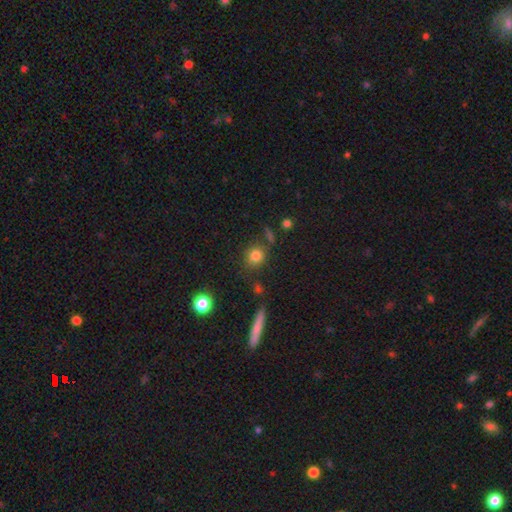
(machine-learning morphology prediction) Smooth or featured? smooth (80%)
How rounded? round (82%)
Merging? none (77%)